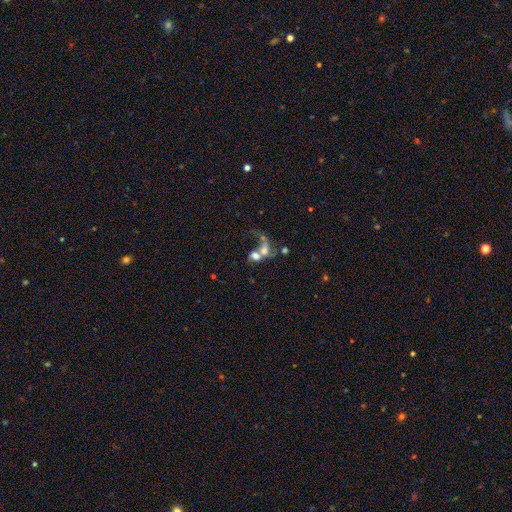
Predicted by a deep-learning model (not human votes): This is possibly a smooth galaxy (48%). Merging: likely merger (67%).